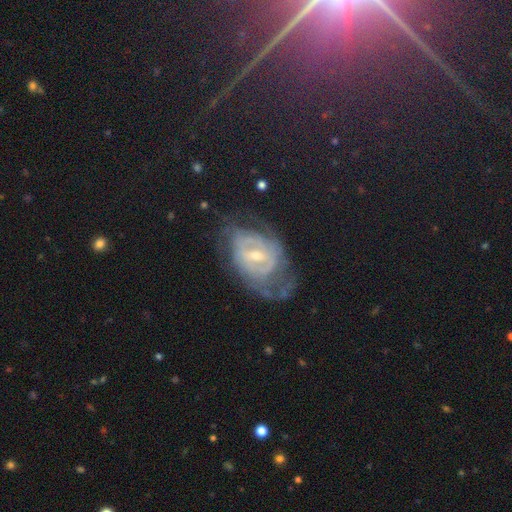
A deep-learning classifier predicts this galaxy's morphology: This appears to be a featured or disk galaxy (79%) with a weak bar (54%), tight (54%) spiral arms (82%) and a moderate central bulge (47%, tied with small). Merging: none (53%).